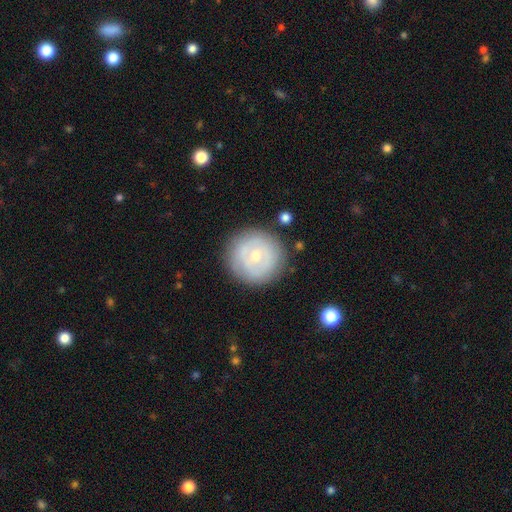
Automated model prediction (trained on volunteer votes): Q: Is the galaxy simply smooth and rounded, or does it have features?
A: featured or disk — 47%.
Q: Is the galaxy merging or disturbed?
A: none — 84%.